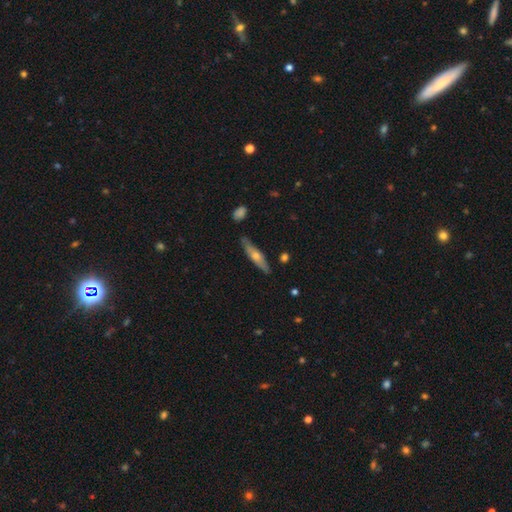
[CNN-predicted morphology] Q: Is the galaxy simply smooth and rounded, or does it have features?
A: featured or disk — 53%.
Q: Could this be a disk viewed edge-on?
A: yes — 85%.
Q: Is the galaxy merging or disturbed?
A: none — 84%.